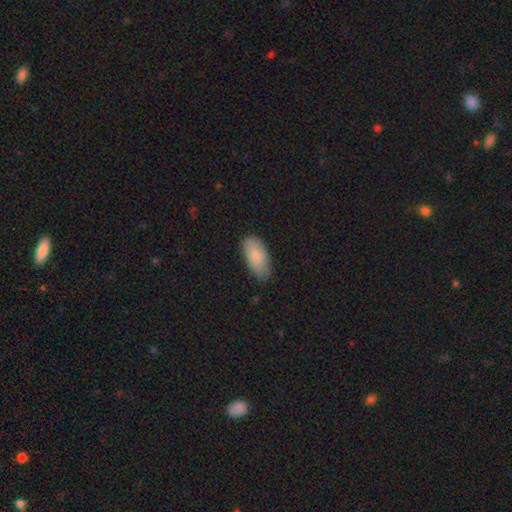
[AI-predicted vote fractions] smooth-or-featured: smooth: 86% | featured or disk: 8% | star or artifact: 6%
  how-rounded: in between: 92% | cigar-shaped: 6% | round: 2%
  merging: none: 77% | minor disturbance: 19% | major disturbance: 3% | merger: 1%